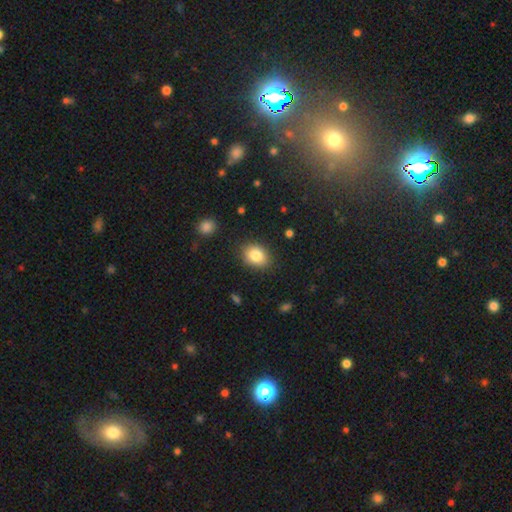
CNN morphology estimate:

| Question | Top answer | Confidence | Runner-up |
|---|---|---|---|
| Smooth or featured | smooth | 83% | star or artifact (9%) |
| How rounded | in between | 58% | round (41%) |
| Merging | none | 85% | minor disturbance (11%) |